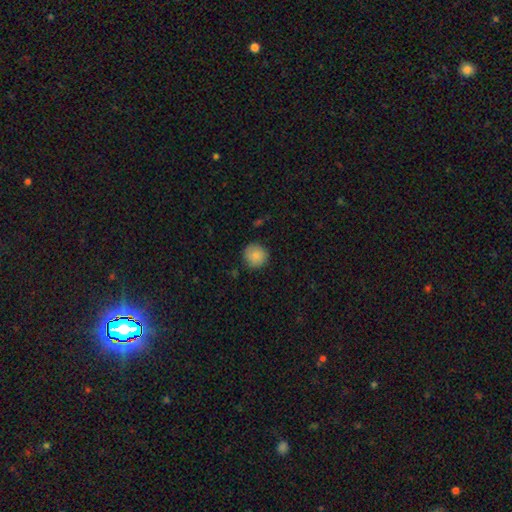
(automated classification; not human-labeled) Overall: smooth (84%). How rounded: round (93%). Merging: none (86%).